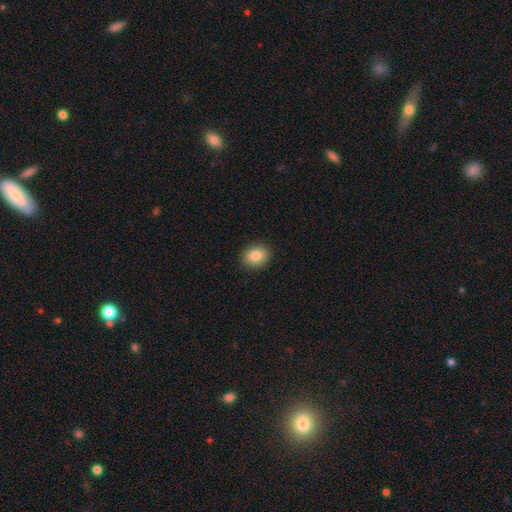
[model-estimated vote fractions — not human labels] A smooth galaxy with no disk features (83%) that is round (55%).

Vote fractions:
- Smooth or featured? smooth: 83% / star or artifact: 9% / featured or disk: 8%
- How rounded? round: 55% / in between: 44% / cigar-shaped: 1%
- Merging? none: 91% / minor disturbance: 7% / major disturbance: 2% / merger: 1%